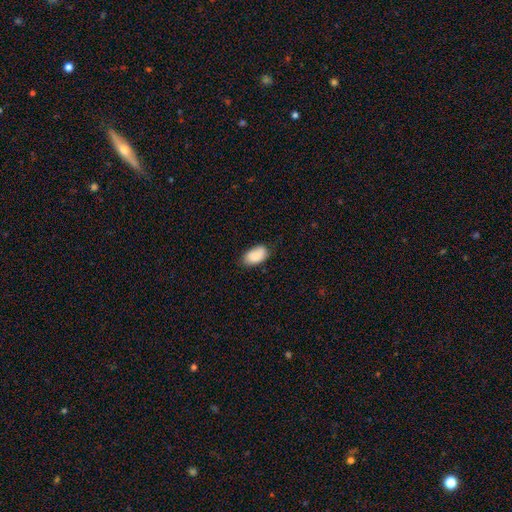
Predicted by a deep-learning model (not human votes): Smooth or featured?
  - smooth: 86% *
  - featured or disk: 7%
  - star or artifact: 7%
How rounded?
  - in between: 93% *
  - round: 5%
  - cigar-shaped: 2%
Merging?
  - none: 73% *
  - minor disturbance: 22%
  - major disturbance: 4%
  - merger: 2%